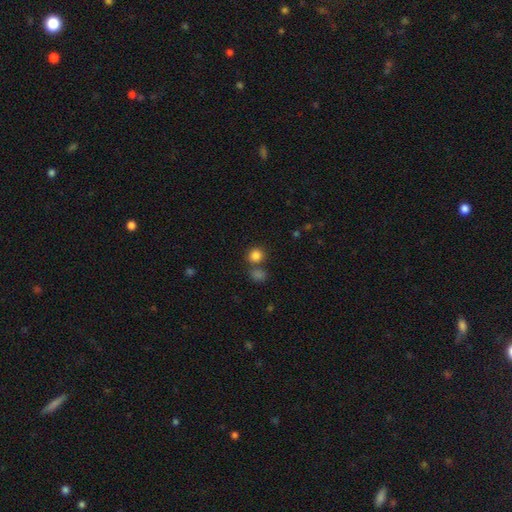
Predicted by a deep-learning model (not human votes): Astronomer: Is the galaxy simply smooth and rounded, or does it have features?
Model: smooth — 83%.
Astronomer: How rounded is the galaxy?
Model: round — 87%.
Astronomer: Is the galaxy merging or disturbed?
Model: none — 66%.